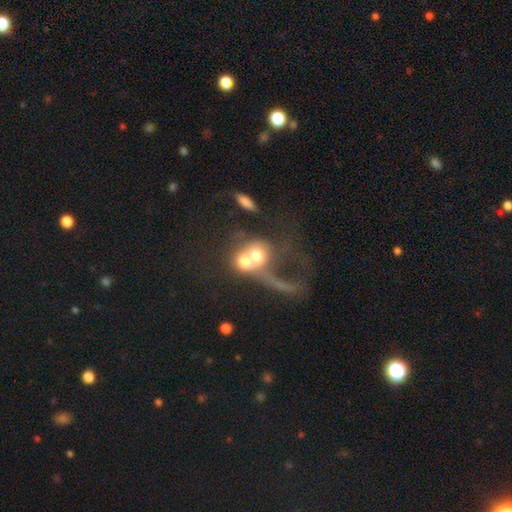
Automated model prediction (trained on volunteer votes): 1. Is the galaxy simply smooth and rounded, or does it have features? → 50% smooth, 38% featured or disk, 11% star or artifact.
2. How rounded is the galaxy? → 65% round, 32% in between, 3% cigar-shaped.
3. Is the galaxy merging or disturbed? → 68% merger, 18% major disturbance, 9% none, 4% minor disturbance.